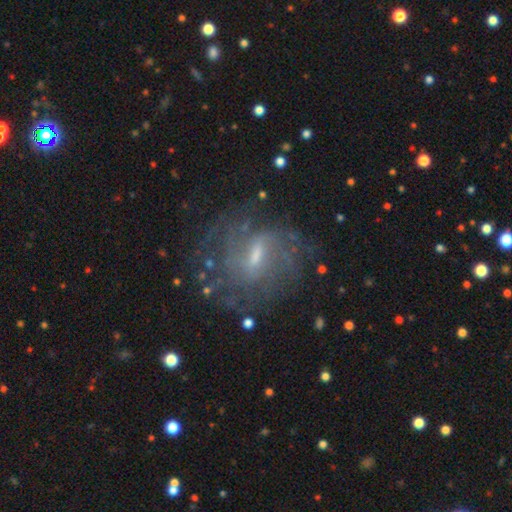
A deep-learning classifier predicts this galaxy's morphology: smooth-or-featured: featured or disk: 77% | smooth: 13% | star or artifact: 10%
  disk-edge-on: no: 95% | yes: 5%
    bar: weak: 59% | strong: 24% | no: 18%
    has-spiral-arms: yes: 83% | no: 17%
      spiral-winding: tight: 42% | medium: 38% | loose: 21%
      spiral-arm-count: can't tell: 52% | 2: 18% | 3: 11% | 4: 10% | more than 4: 5% | 1: 5%
    bulge-size: small: 51% | moderate: 35% | none: 9% | large: 3% | dominant: 1%
  merging: none: 65% | minor disturbance: 18% | major disturbance: 15% | merger: 3%